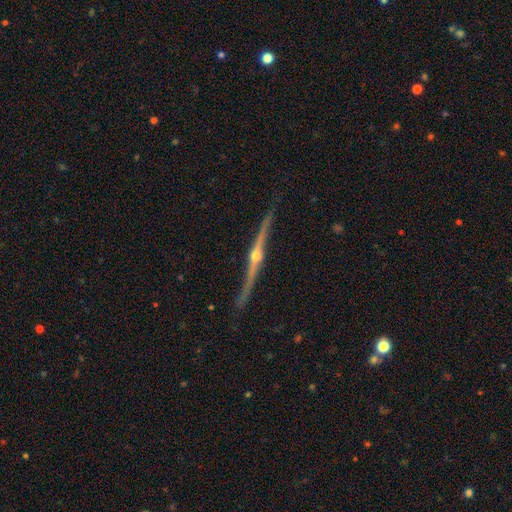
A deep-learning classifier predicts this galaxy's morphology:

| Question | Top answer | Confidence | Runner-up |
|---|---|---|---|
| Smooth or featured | featured or disk | 90% | smooth (6%) |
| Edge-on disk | yes | 98% | no (2%) |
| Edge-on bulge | rounded | 95% | none (3%) |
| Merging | none | 86% | minor disturbance (11%) |